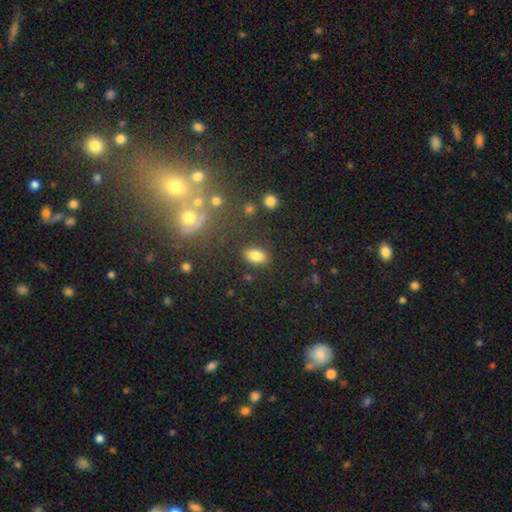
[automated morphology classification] smooth_or_featured: smooth (p=0.82) [alt: star or artifact p=0.11]
how_rounded: in between (p=0.88) [alt: round p=0.09]
merging: none (p=0.82) [alt: minor disturbance p=0.11]